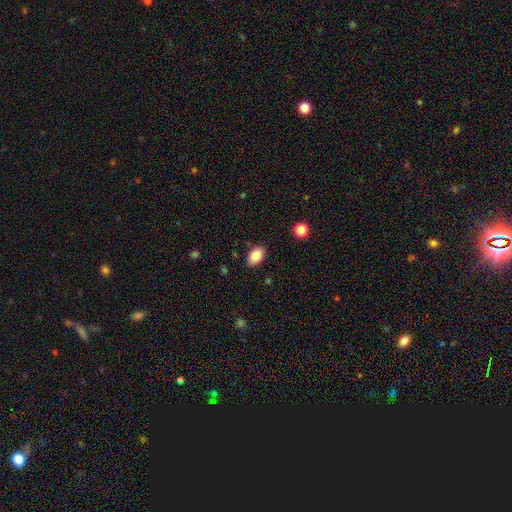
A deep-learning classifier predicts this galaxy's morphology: Smooth or featured: smooth — 86% (star or artifact — 8%)
How rounded: in between — 91% (round — 8%)
Merging: none — 86% (minor disturbance — 11%)